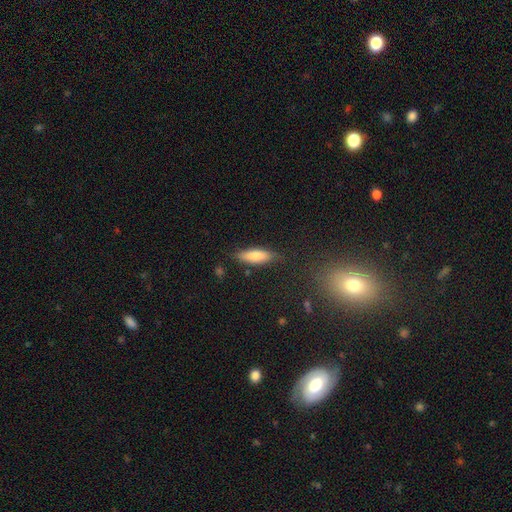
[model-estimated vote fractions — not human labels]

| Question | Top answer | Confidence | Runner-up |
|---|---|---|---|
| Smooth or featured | smooth | 77% | featured or disk (16%) |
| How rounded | in between | 50% | cigar-shaped (48%) |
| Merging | none | 80% | minor disturbance (15%) |